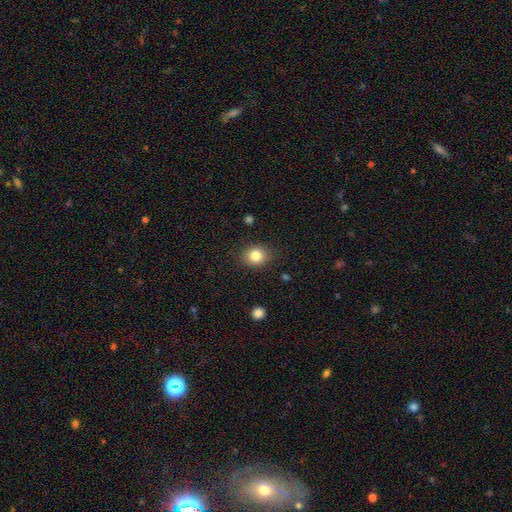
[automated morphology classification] Q: Smooth or featured?
A: smooth (83%); runner-up: star or artifact (10%)
Q: How rounded?
A: round (66%); runner-up: in between (33%)
Q: Merging?
A: none (87%); runner-up: minor disturbance (9%)